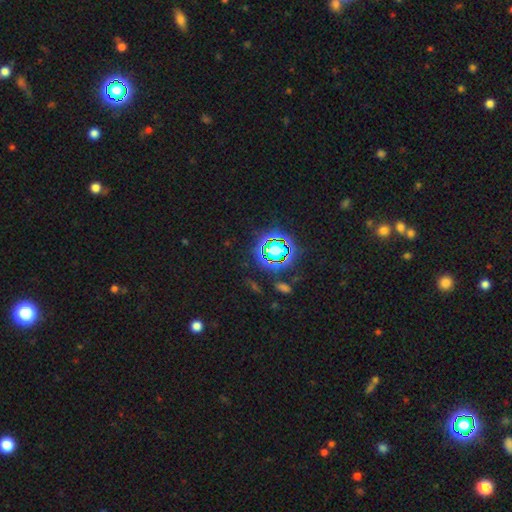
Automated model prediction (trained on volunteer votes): A star or artifact, not a galaxy (80%).